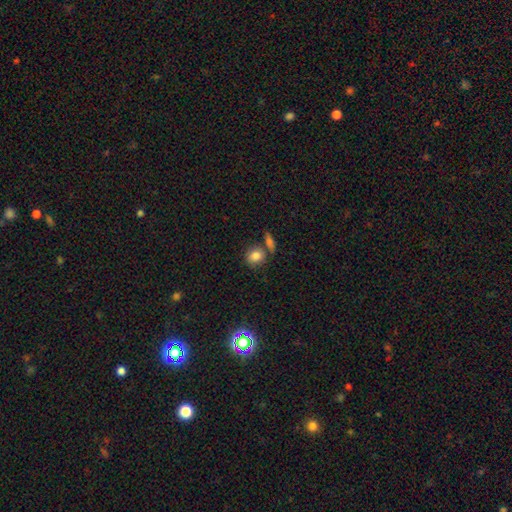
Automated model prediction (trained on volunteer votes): Smooth or featured: smooth — 83% (star or artifact — 9%)
How rounded: round — 69% (in between — 29%)
Merging: none — 64% (merger — 19%)